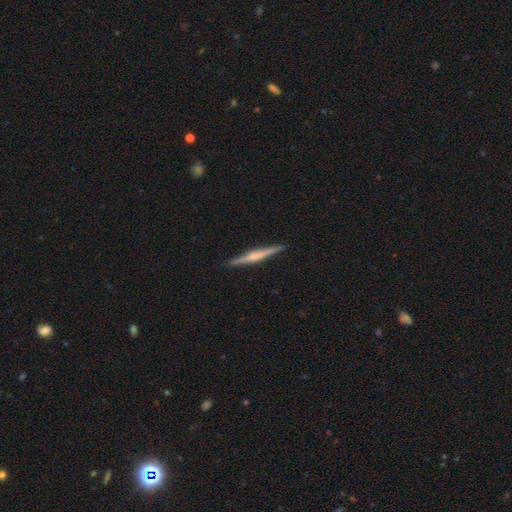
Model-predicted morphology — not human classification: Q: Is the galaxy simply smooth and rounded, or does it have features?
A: featured or disk — 68%.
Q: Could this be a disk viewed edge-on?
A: yes — 98%.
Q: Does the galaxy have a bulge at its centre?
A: rounded — 58%.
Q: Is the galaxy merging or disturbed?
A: none — 92%.